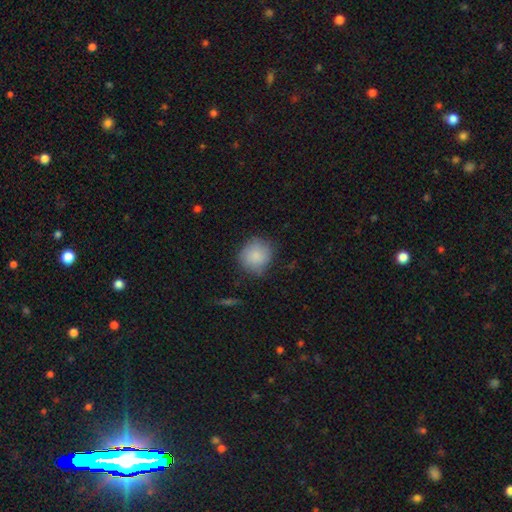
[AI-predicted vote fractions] A smooth galaxy with no disk features (84%) that is round (89%). Merging: none (73%).